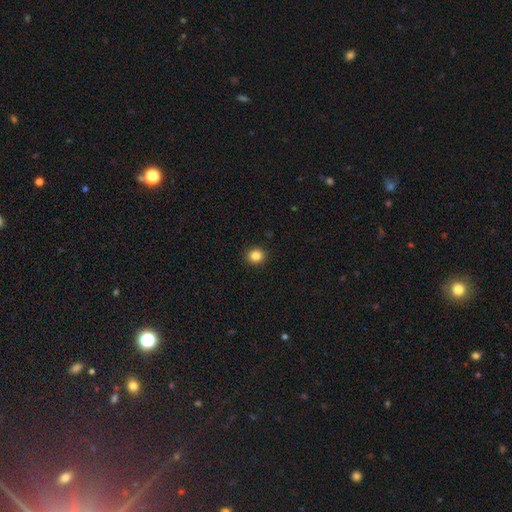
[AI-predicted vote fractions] Q: Smooth or featured?
A: smooth (85%); runner-up: star or artifact (11%)
Q: How rounded?
A: round (88%); runner-up: in between (11%)
Q: Merging?
A: none (92%); runner-up: minor disturbance (5%)